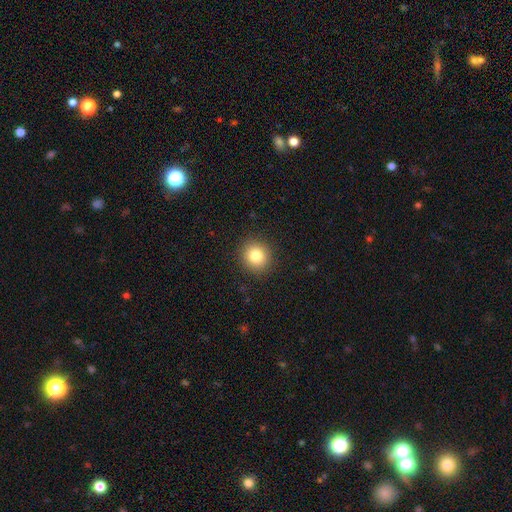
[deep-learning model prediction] Morphology: type=smooth (81%); roundness=round (90%); merging=none (91%).